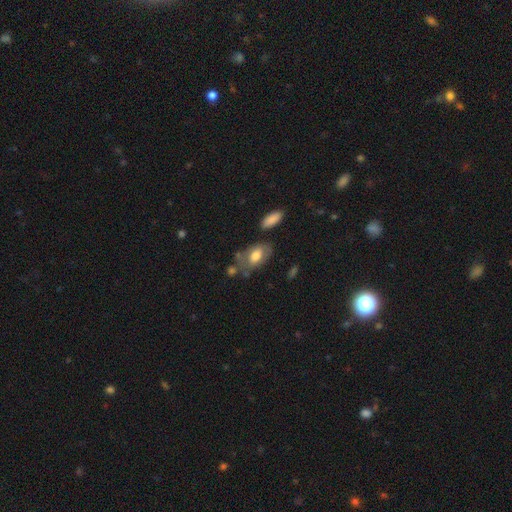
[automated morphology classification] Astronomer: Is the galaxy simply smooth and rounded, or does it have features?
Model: smooth — 66%.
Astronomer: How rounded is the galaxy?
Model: in between — 90%.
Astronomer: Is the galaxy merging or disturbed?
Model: none — 59%.